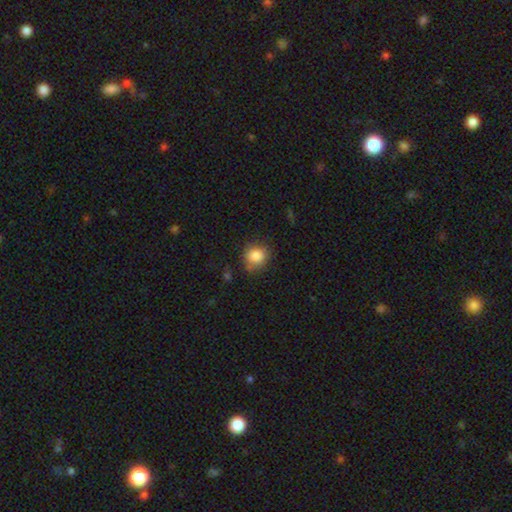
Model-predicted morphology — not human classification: Smooth or featured? Predicted: smooth (p=0.85). How rounded? Predicted: round (p=0.82). Merging? Predicted: none (p=0.75).